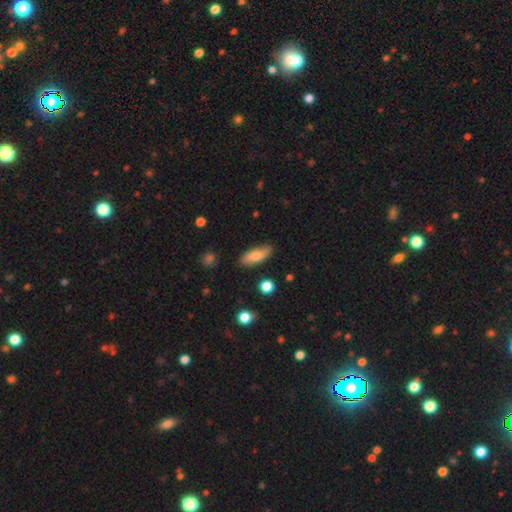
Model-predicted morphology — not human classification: A smooth galaxy with no disk features (69%) that is in between round and cigar-shaped (71%). Merging: none (80%).